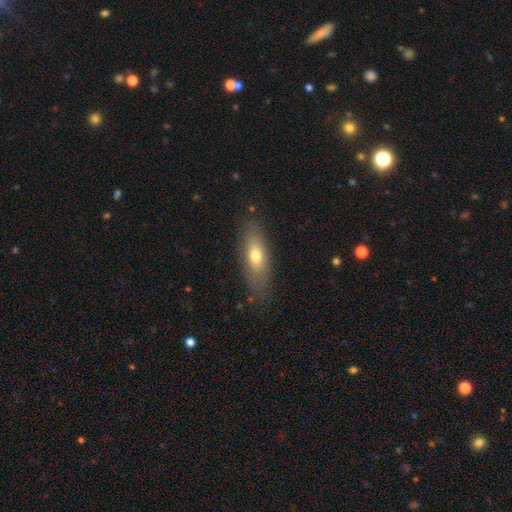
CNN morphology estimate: smooth-or-featured: smooth: 67% | featured or disk: 25% | star or artifact: 8%
  how-rounded: in between: 60% | cigar-shaped: 36% | round: 4%
  merging: none: 82% | minor disturbance: 13% | major disturbance: 4% | merger: 1%